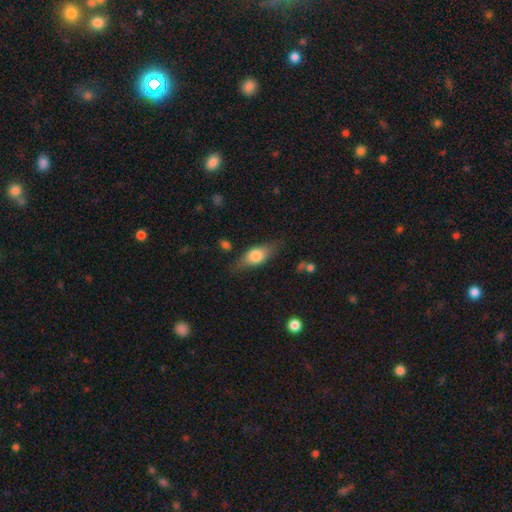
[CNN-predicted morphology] Smooth or featured?
  - smooth: 68% *
  - featured or disk: 25%
  - star or artifact: 7%
How rounded?
  - in between: 76% *
  - cigar-shaped: 19%
  - round: 5%
Merging?
  - none: 71% *
  - minor disturbance: 21%
  - major disturbance: 6%
  - merger: 2%